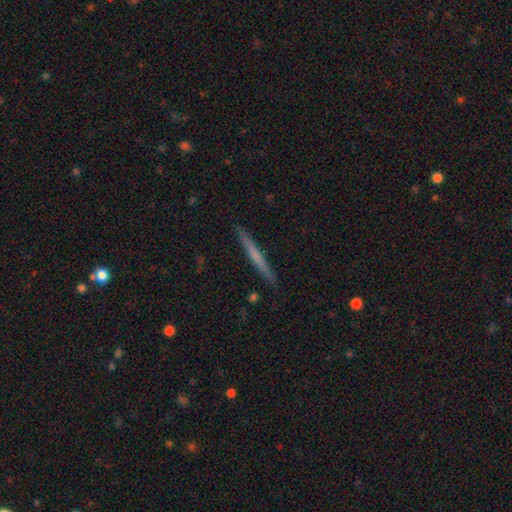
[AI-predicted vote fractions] Smooth or featured: smooth — 52% (featured or disk — 43%)
How rounded: cigar-shaped — 97% (in between — 2%)
Merging: none — 91% (minor disturbance — 6%)